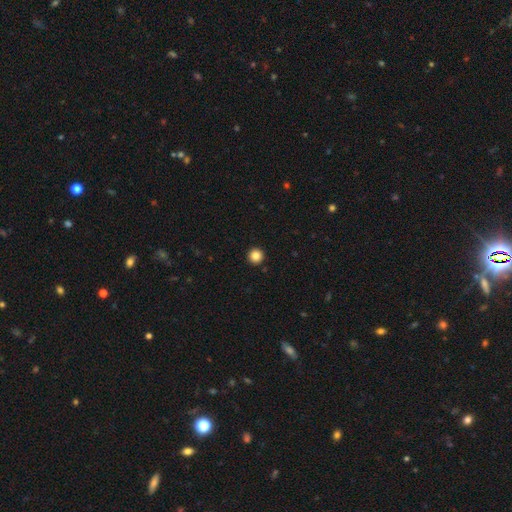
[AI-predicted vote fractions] This is clearly a smooth galaxy (85%). How rounded: clearly round (97%). Merging: clearly none (94%).